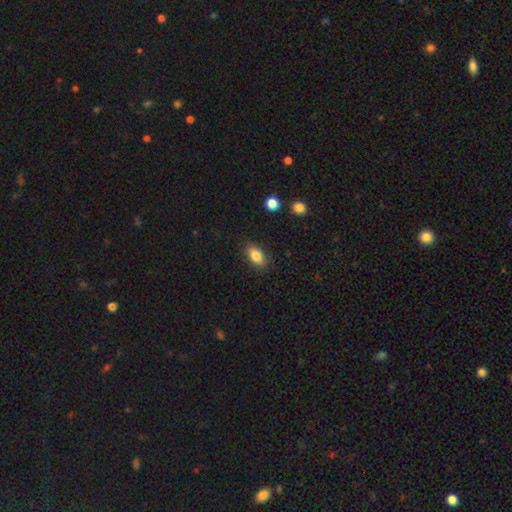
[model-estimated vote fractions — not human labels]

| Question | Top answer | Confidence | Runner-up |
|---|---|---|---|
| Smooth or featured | smooth | 84% | star or artifact (8%) |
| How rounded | in between | 89% | cigar-shaped (6%) |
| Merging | none | 87% | minor disturbance (9%) |